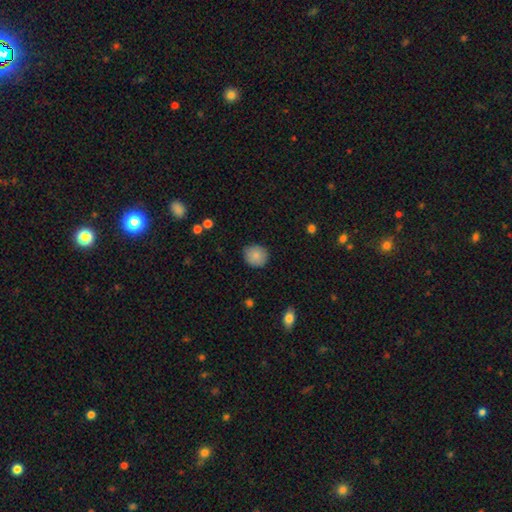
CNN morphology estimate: Smooth or featured?
  - smooth: 86% *
  - star or artifact: 8%
  - featured or disk: 7%
How rounded?
  - round: 84% *
  - in between: 15%
  - cigar-shaped: 1%
Merging?
  - none: 85% *
  - minor disturbance: 11%
  - major disturbance: 2%
  - merger: 1%